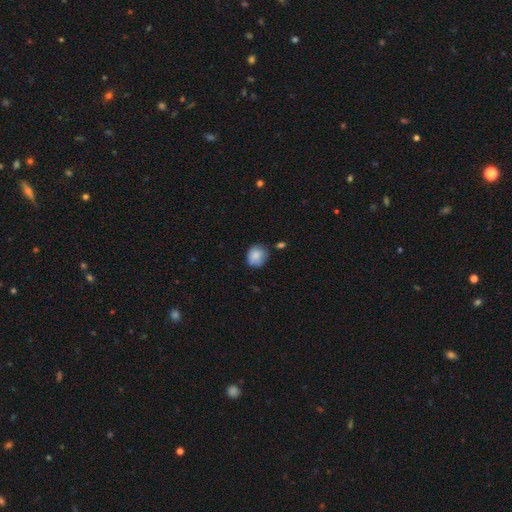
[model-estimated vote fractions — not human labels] This appears to be a smooth galaxy with no disk features (84%) that is round (77%). Merging: none (69%).